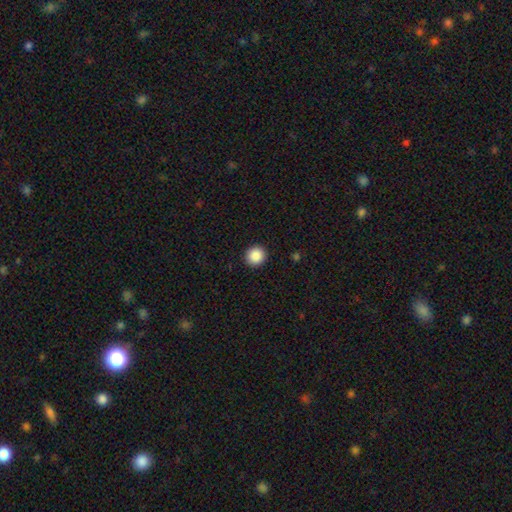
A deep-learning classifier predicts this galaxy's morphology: type=smooth (87%); roundness=round (94%); merging=none (93%).